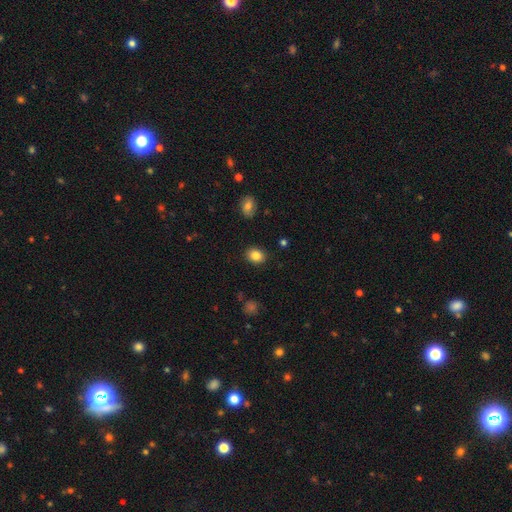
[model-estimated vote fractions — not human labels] Overall: smooth (84%). How rounded: round (51%; in between 49%). Merging: none (89%).